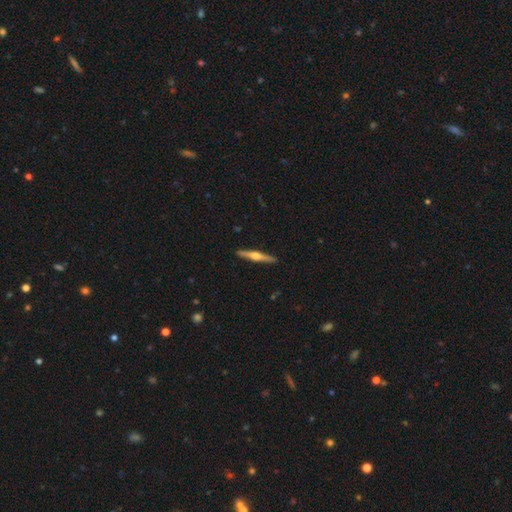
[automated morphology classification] featured or disk 71%, smooth 24%, star or artifact 5%. Down the decision tree: edge-on disk — yes (98%); edge-on bulge — rounded (93%); merging — none (92%).